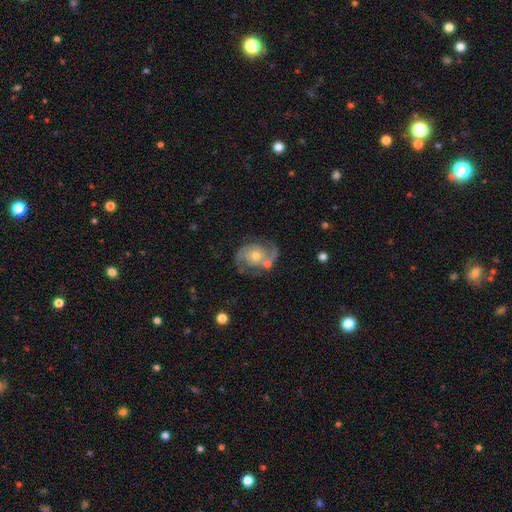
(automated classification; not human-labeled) Q: Smooth or featured?
A: featured or disk (85%); runner-up: smooth (10%)
Q: Edge-on disk?
A: no (98%); runner-up: yes (2%)
Q: Bar?
A: no (73%); runner-up: weak (22%)
Q: Spiral arms?
A: yes (95%); runner-up: no (5%)
Q: Spiral winding?
A: medium (52%); runner-up: tight (24%)
Q: Spiral arm count?
A: 2 (91%); runner-up: can't tell (4%)
Q: Bulge size?
A: moderate (56%); runner-up: small (38%)
Q: Merging?
A: none (64%); runner-up: minor disturbance (17%)